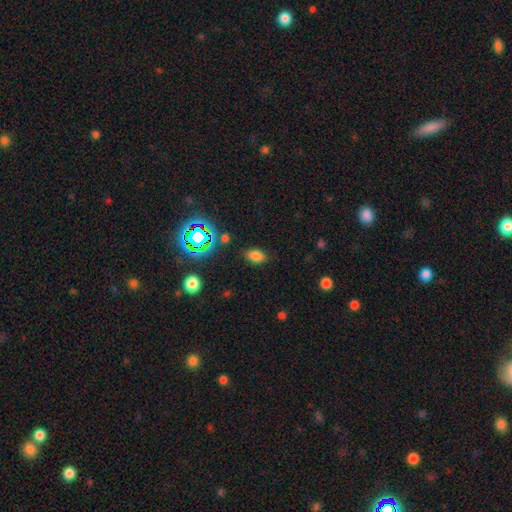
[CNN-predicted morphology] Smooth or featured? Predicted: smooth (p=0.73). How rounded? Predicted: in between (p=0.88). Merging? Predicted: none (p=0.83).